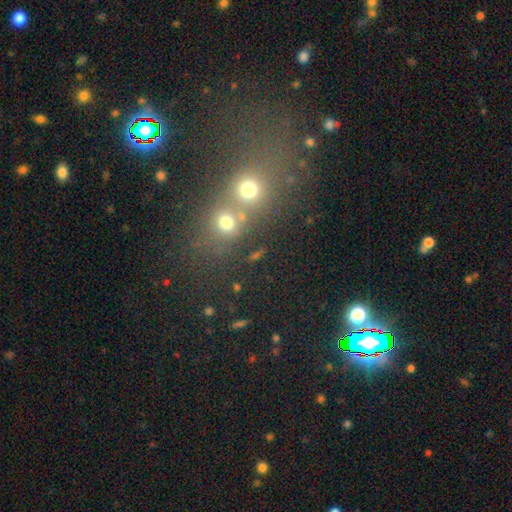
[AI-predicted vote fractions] A smooth galaxy with no disk features (60%) that is round (73%). Merging: none (48%).